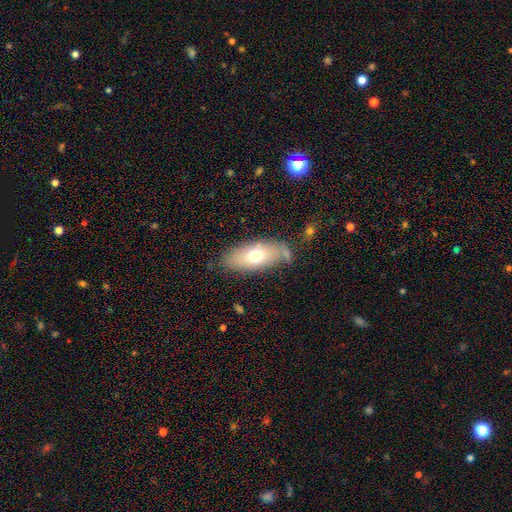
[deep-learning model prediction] smooth_or_featured: smooth (p=0.66) [alt: featured or disk p=0.26]
how_rounded: in between (p=0.87) [alt: cigar-shaped p=0.10]
merging: none (p=0.70) [alt: minor disturbance p=0.17]